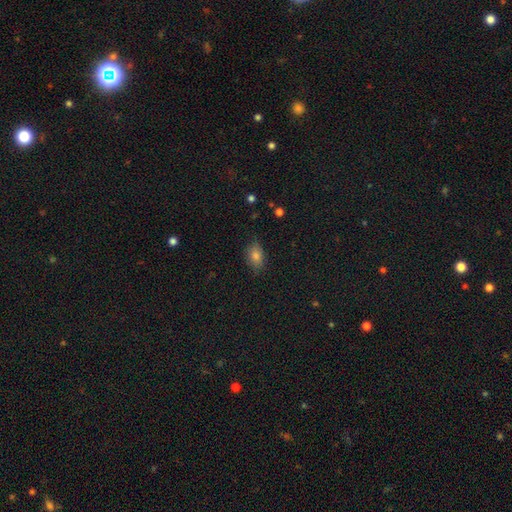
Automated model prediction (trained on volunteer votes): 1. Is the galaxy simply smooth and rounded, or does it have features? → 79% smooth, 12% star or artifact, 9% featured or disk.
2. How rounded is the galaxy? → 81% in between, 17% round, 2% cigar-shaped.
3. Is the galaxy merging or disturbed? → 79% none, 16% minor disturbance, 3% major disturbance, 1% merger.